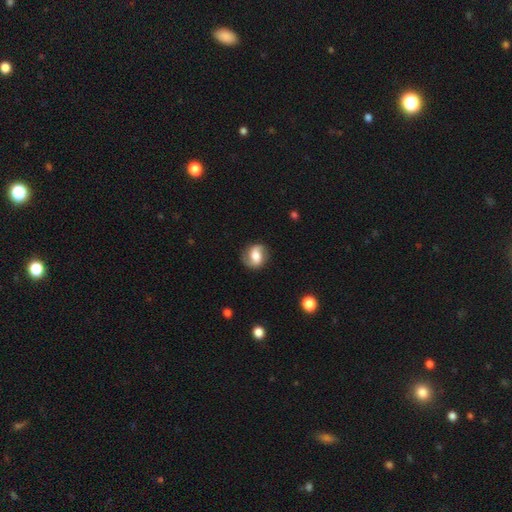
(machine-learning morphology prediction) Smooth or featured? featured or disk (58%)
Edge-on disk? no (97%)
Bar? weak (43%)
Spiral arms? yes (88%)
Bulge size? moderate (46%)
Merging? none (76%)